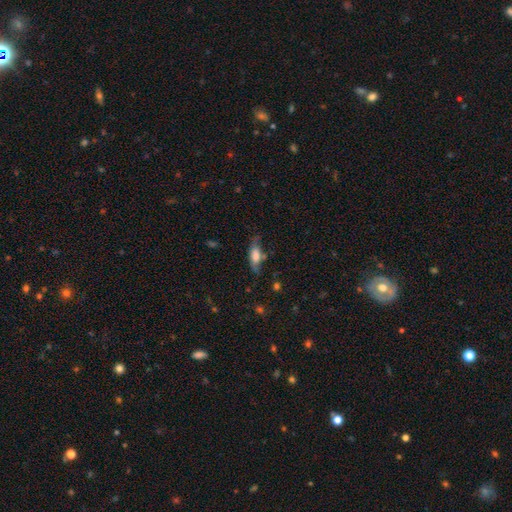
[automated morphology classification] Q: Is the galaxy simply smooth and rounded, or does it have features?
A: smooth — 64%.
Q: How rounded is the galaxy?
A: in between — 67%.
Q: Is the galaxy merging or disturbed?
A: none — 52%.